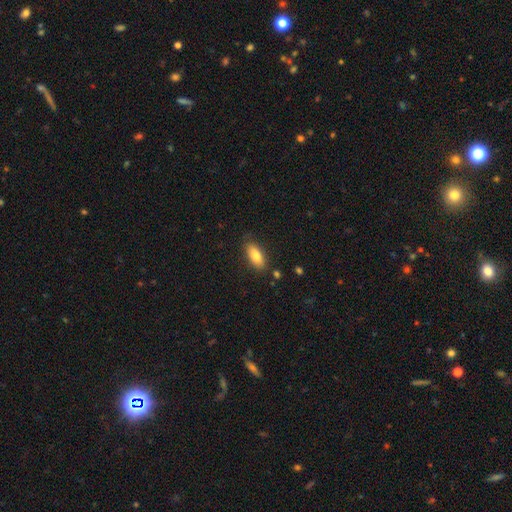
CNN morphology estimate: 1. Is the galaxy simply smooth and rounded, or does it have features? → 81% smooth, 12% featured or disk, 7% star or artifact.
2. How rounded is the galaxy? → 82% in between, 16% cigar-shaped, 2% round.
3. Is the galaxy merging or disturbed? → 82% none, 13% minor disturbance, 3% major disturbance, 2% merger.